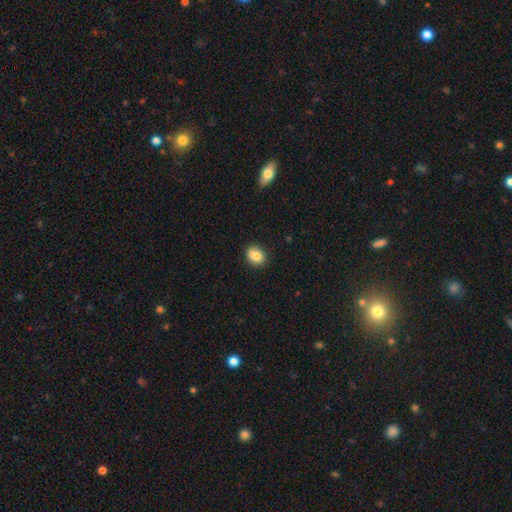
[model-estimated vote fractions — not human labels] smooth_or_featured: smooth (p=0.82) [alt: star or artifact p=0.09]
how_rounded: round (p=0.52) [alt: in between p=0.46]
merging: none (p=0.81) [alt: minor disturbance p=0.14]